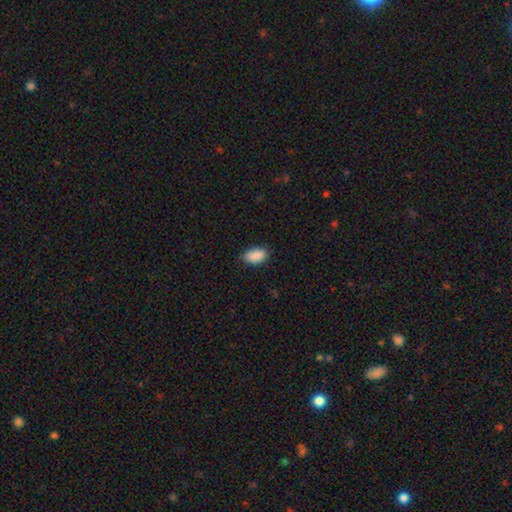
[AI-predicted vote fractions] This appears to be a smooth galaxy with no disk features (90%) that is in between round and cigar-shaped (93%). Merging: none (78%).